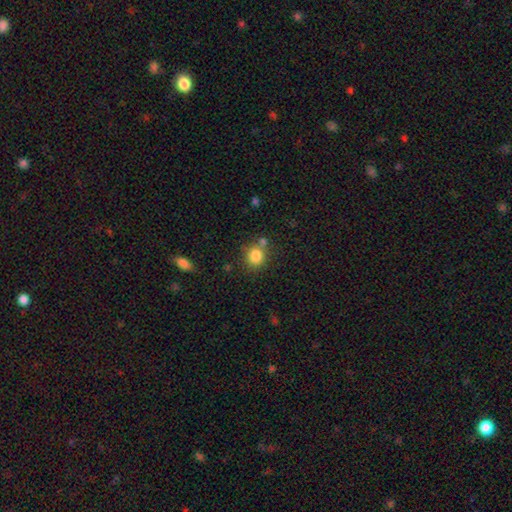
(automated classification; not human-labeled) A smooth galaxy with no disk features (84%) that is round (78%). Merging: none (70%).